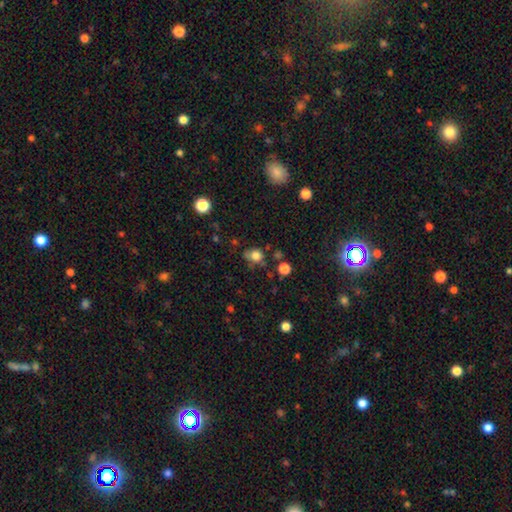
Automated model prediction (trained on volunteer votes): Smooth or featured? Predicted: smooth (p=0.78). How rounded? Predicted: round (p=0.67). Merging? Predicted: none (p=0.58).